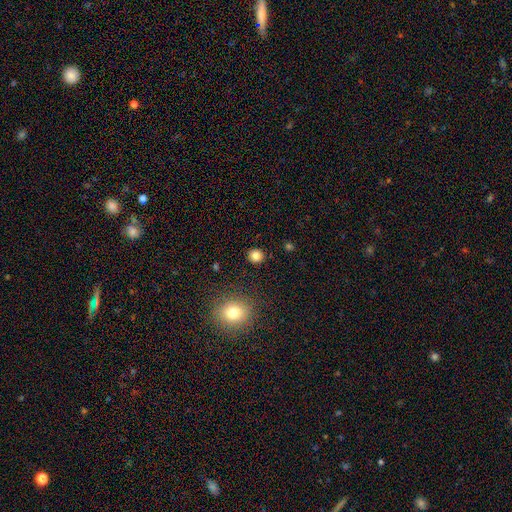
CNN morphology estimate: smooth-or-featured: smooth: 83% | star or artifact: 13% | featured or disk: 4%
  how-rounded: round: 89% | in between: 10% | cigar-shaped: 1%
  merging: none: 91% | minor disturbance: 6% | major disturbance: 2% | merger: 1%